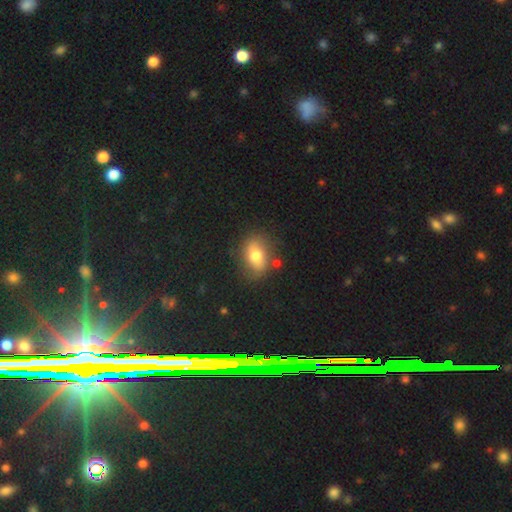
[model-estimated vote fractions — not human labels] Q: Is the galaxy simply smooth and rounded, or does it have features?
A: smooth — 69%.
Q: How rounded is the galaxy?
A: in between — 73%.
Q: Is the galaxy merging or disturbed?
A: none — 73%.